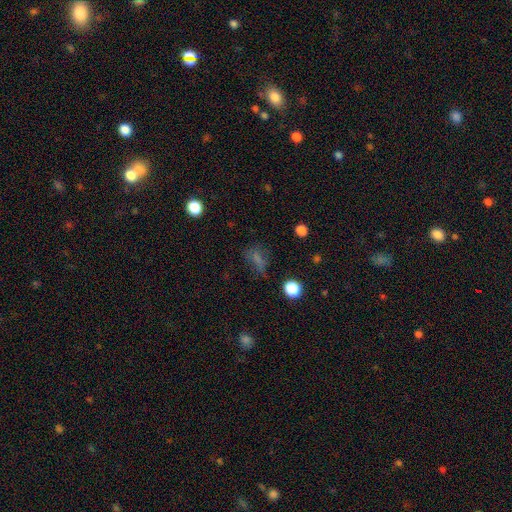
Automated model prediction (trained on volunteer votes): Smooth or featured? Predicted: smooth (p=0.52). How rounded? Predicted: in between (p=0.59). Merging? Predicted: none (p=0.57).